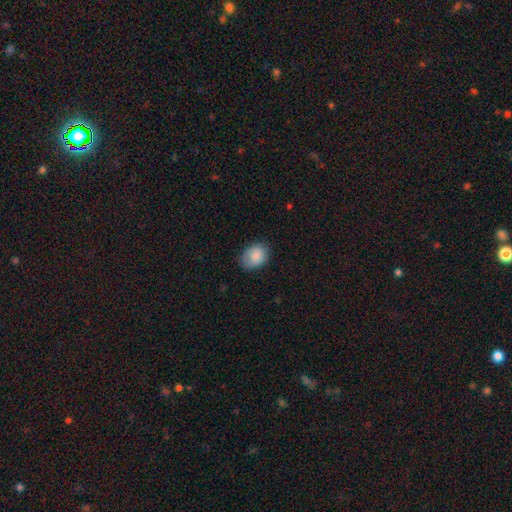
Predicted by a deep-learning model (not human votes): Overall: smooth (84%). How rounded: in between (74%). Merging: none (72%).